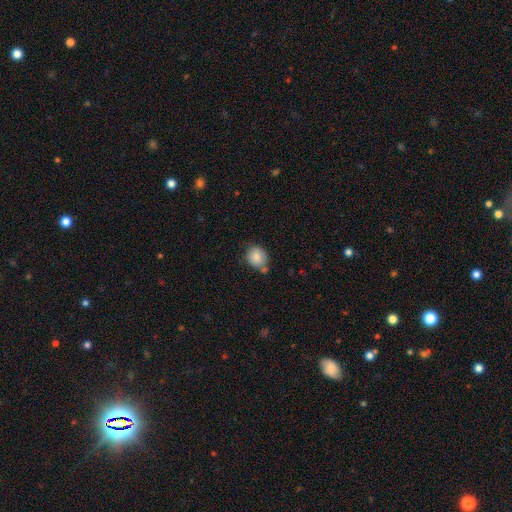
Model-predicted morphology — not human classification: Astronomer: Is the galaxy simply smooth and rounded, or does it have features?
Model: smooth — 81%.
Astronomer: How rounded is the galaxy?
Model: round — 75%.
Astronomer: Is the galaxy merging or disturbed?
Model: none — 65%.